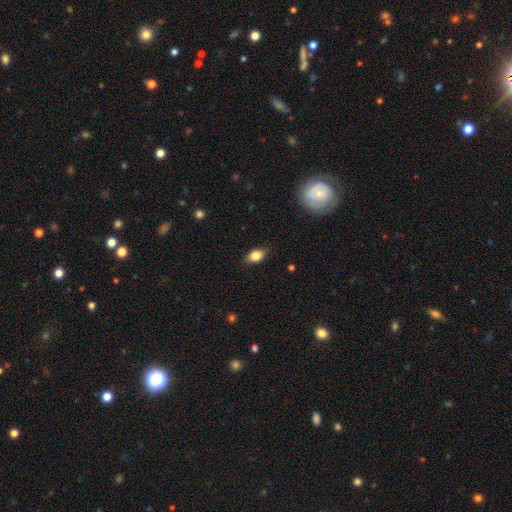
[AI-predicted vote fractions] Smooth or featured? smooth (84%)
How rounded? in between (83%)
Merging? none (84%)